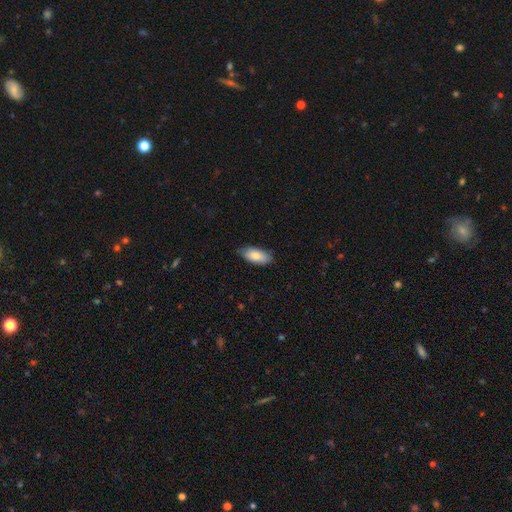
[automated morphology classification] smooth-or-featured: smooth: 82% | featured or disk: 12% | star or artifact: 6%
  how-rounded: in between: 86% | cigar-shaped: 12% | round: 2%
  merging: none: 83% | minor disturbance: 14% | major disturbance: 2% | merger: 1%